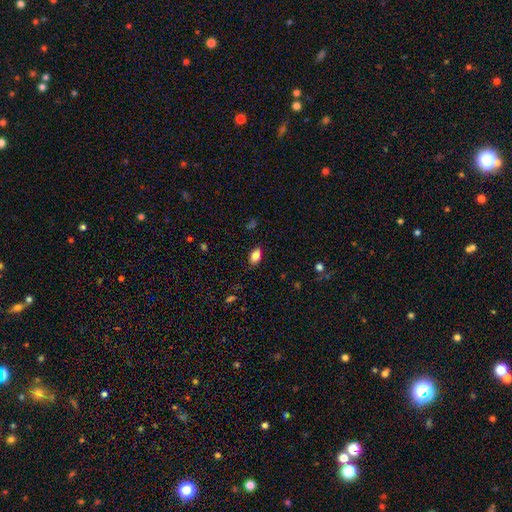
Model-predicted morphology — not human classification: A smooth galaxy with no disk features (85%) that is in between round and cigar-shaped (90%).

Vote fractions:
- Smooth or featured? smooth: 85% / star or artifact: 9% / featured or disk: 7%
- How rounded? in between: 90% / round: 8% / cigar-shaped: 2%
- Merging? none: 85% / minor disturbance: 11% / major disturbance: 3% / merger: 1%